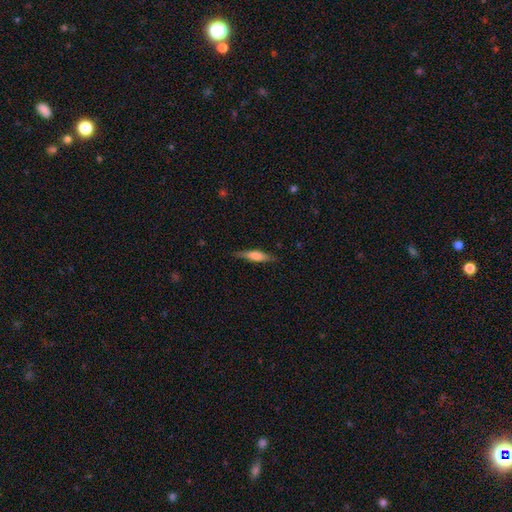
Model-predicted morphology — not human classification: A smooth galaxy with no disk features (58%) that is cigar-shaped (76%).

Vote fractions:
- Smooth or featured? smooth: 58% / featured or disk: 35% / star or artifact: 6%
- How rounded? cigar-shaped: 76% / in between: 22% / round: 2%
- Merging? none: 82% / minor disturbance: 14% / major disturbance: 3% / merger: 1%